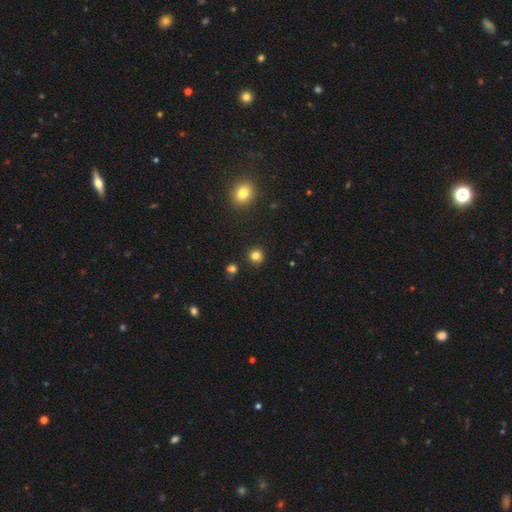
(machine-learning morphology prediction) The model was most divided on "smooth or featured": smooth: 82%, star or artifact: 13%, featured or disk: 5%. More confident: how rounded — round (92%); merging — none (90%).